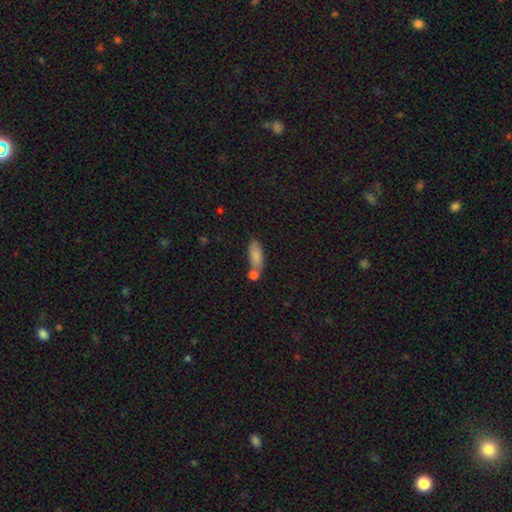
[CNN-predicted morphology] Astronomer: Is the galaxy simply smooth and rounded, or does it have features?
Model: smooth — 83%.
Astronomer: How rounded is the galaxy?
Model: in between — 77%.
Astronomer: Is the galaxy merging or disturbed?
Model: none — 49% (runner-up: merger, 30%).